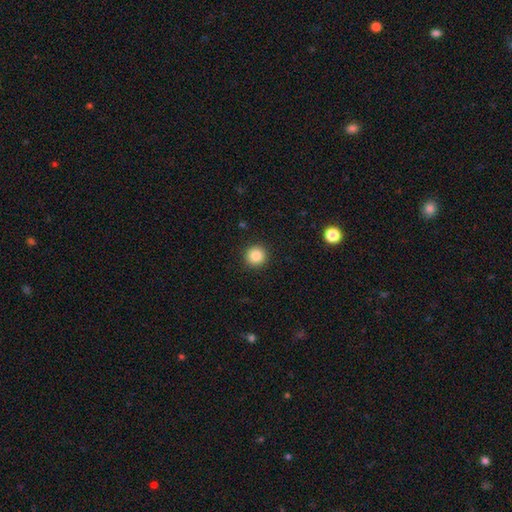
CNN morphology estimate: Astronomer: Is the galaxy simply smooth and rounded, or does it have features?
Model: smooth — 86%.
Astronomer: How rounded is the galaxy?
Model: round — 95%.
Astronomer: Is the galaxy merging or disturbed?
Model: none — 92%.